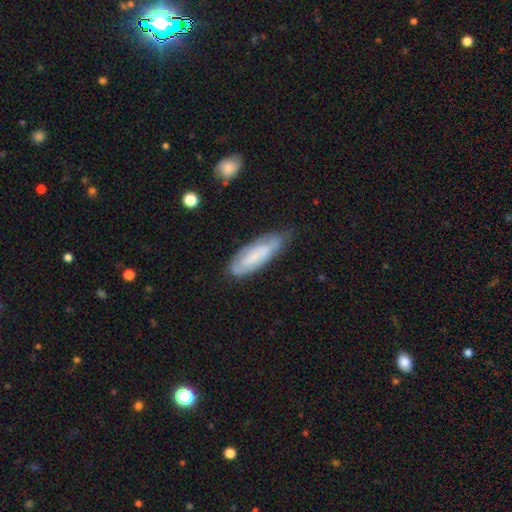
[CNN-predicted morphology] Smooth or featured: smooth — 51% (featured or disk — 41%)
How rounded: in between — 57% (cigar-shaped — 41%)
Merging: none — 63% (minor disturbance — 27%)